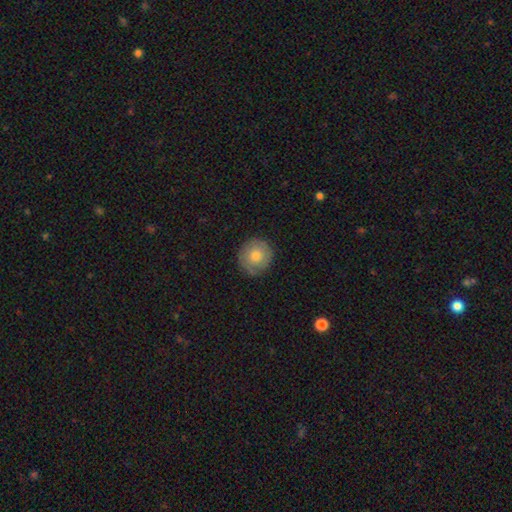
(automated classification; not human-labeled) Q: Smooth or featured?
A: smooth (69%); runner-up: featured or disk (23%)
Q: How rounded?
A: round (92%); runner-up: in between (7%)
Q: Merging?
A: none (86%); runner-up: minor disturbance (11%)